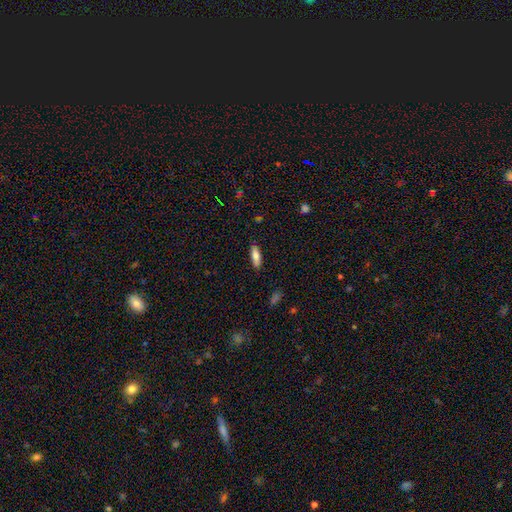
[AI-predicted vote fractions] A smooth galaxy with no disk features (79%) that is in between round and cigar-shaped (55%). Merging: none (87%).